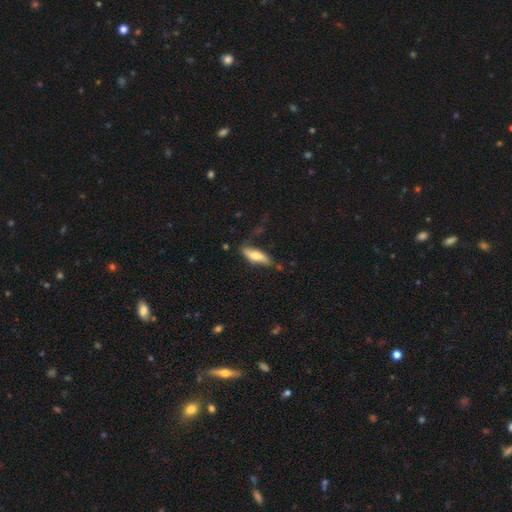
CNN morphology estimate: Smooth or featured: smooth — 62% (featured or disk — 32%)
How rounded: in between — 52% (cigar-shaped — 46%)
Merging: none — 61% (minor disturbance — 27%)